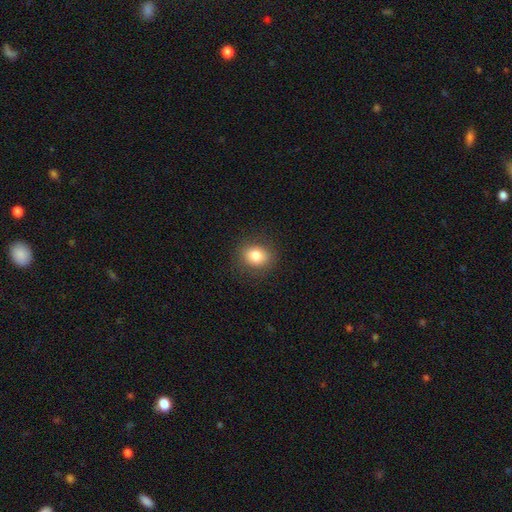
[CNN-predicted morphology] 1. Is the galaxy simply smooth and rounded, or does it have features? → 82% smooth, 10% star or artifact, 8% featured or disk.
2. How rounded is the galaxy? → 62% round, 37% in between, 1% cigar-shaped.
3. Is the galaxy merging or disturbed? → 87% none, 9% minor disturbance, 3% major disturbance, 1% merger.